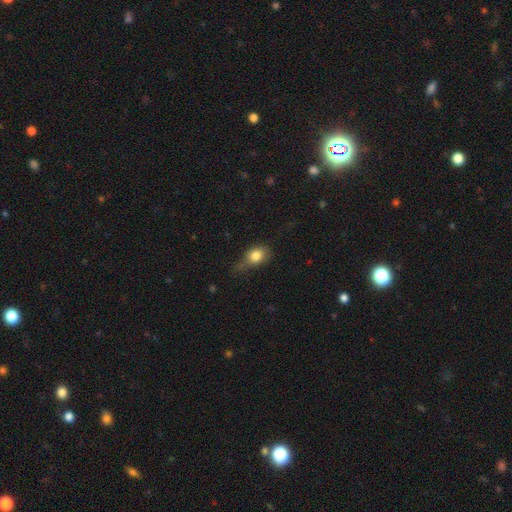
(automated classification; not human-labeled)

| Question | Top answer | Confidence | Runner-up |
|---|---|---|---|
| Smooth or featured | smooth | 80% | featured or disk (11%) |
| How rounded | in between | 59% | round (38%) |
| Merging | none | 40% | minor disturbance (39%) |